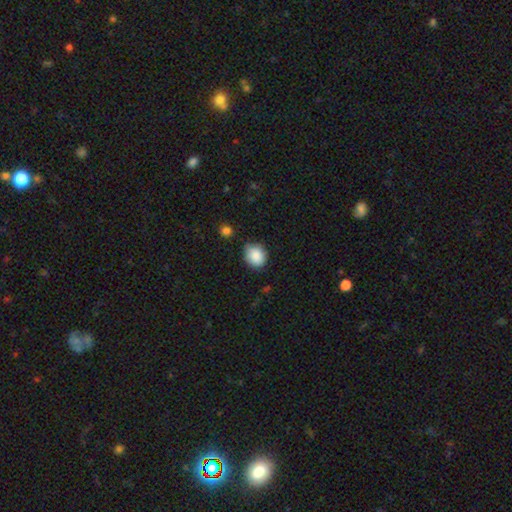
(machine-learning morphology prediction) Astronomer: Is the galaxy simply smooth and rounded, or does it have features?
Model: smooth — 87%.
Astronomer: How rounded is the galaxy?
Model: round — 74%.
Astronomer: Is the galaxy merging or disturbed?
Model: none — 73%.